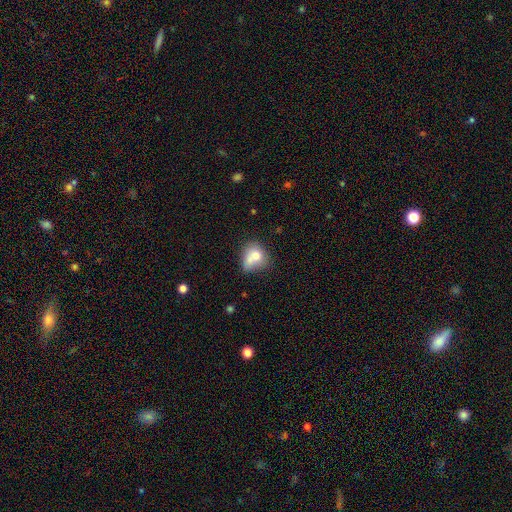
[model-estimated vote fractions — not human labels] Smooth or featured: smooth — 71% (featured or disk — 19%)
How rounded: round — 56% (in between — 42%)
Merging: merger — 32% (tied with none — 32%)